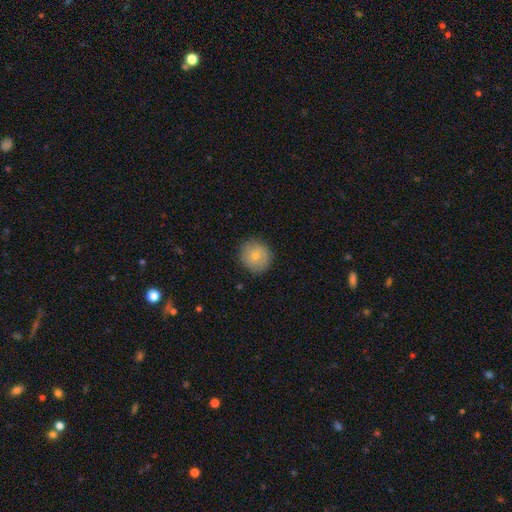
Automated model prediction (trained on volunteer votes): Smooth or featured? Predicted: smooth (p=0.74). How rounded? Predicted: round (p=0.91). Merging? Predicted: none (p=0.86).